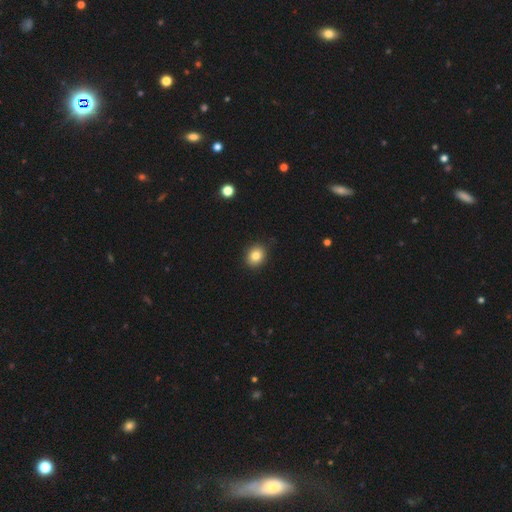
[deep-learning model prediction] This appears to be a smooth galaxy with no disk features (83%) that is round (62%). Merging: none (89%).